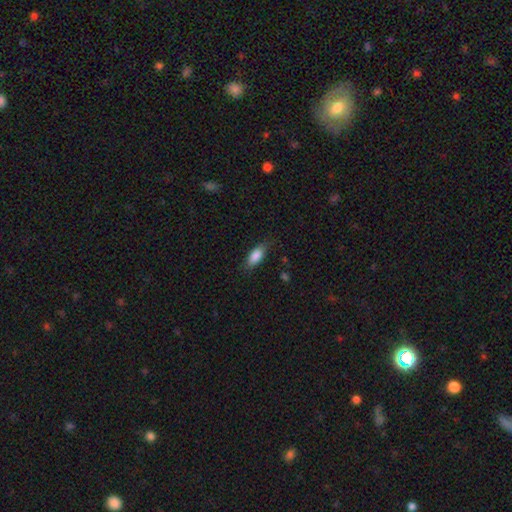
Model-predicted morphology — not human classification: This appears to be a smooth galaxy with no disk features (86%) that is in between round and cigar-shaped (84%). Merging: none (76%).